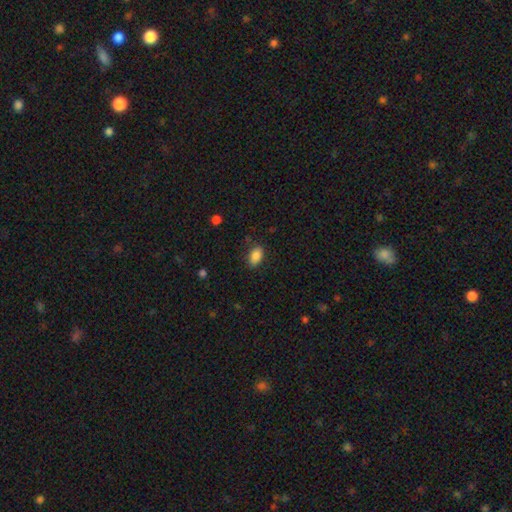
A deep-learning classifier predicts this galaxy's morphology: smooth_or_featured: smooth (p=0.88) [alt: star or artifact p=0.08]
how_rounded: in between (p=0.91) [alt: round p=0.07]
merging: none (p=0.82) [alt: minor disturbance p=0.13]